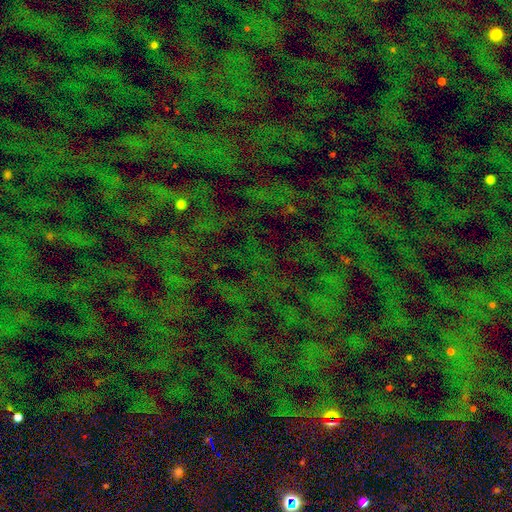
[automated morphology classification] smooth-or-featured: star or artifact: 75% | smooth: 17% | featured or disk: 9%